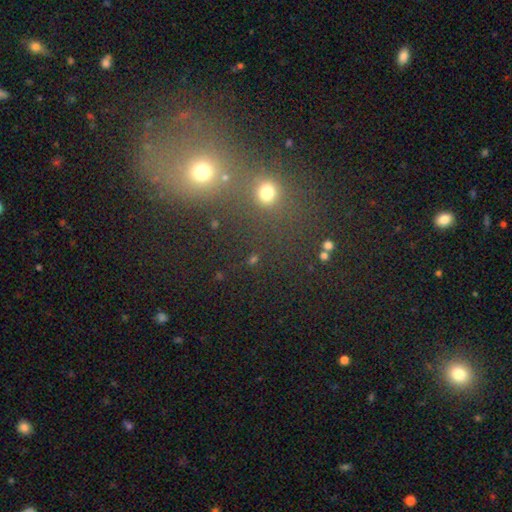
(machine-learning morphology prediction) Smooth or featured?
  - smooth: 50% *
  - star or artifact: 38%
  - featured or disk: 11%
How rounded?
  - round: 79% *
  - in between: 19%
  - cigar-shaped: 2%
Merging?
  - merger: 47% *
  - none: 39%
  - minor disturbance: 7%
  - major disturbance: 6%